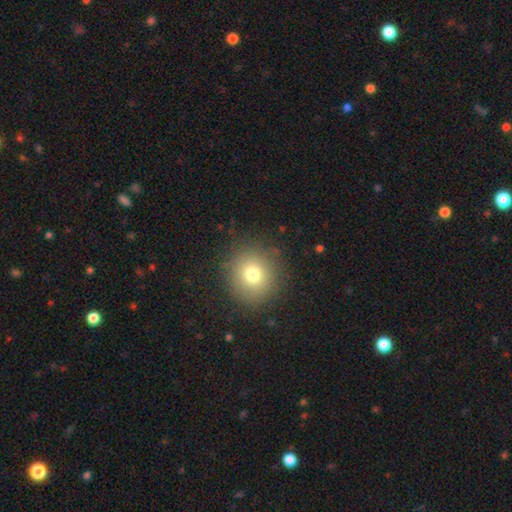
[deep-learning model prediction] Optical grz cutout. It shows a smooth galaxy with no disk features (71%) that is round (93%). Merging: none (91%).